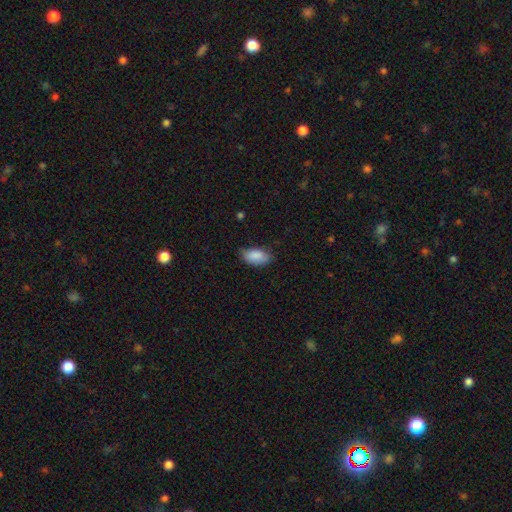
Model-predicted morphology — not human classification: Smooth or featured: smooth — 88% (star or artifact — 7%)
How rounded: in between — 94% (round — 4%)
Merging: none — 71% (minor disturbance — 23%)